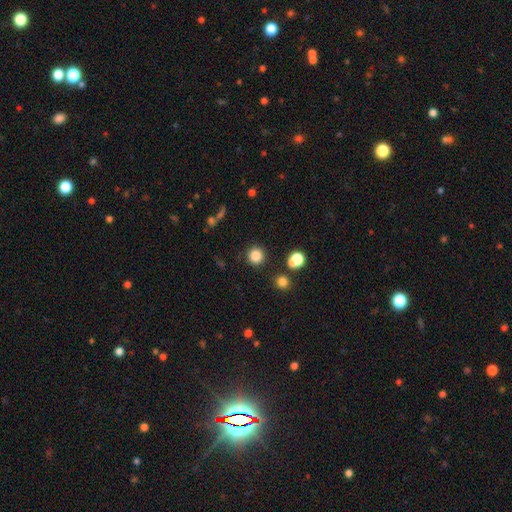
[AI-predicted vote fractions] The model was most divided on "smooth or featured": smooth: 83%, star or artifact: 13%, featured or disk: 4%. More confident: how rounded — round (93%); merging — none (88%).